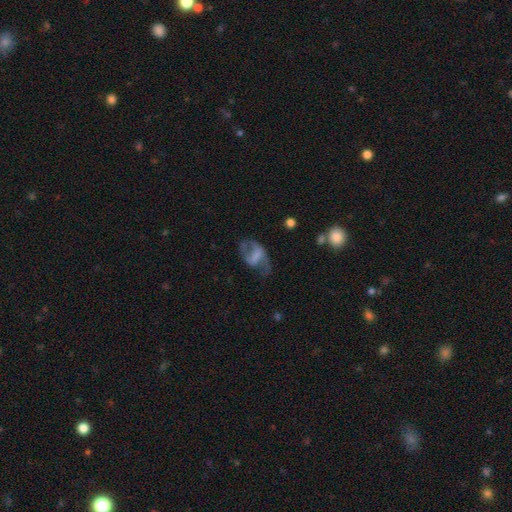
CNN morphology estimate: Q: Smooth or featured?
A: featured or disk (53%); runner-up: smooth (37%)
Q: Edge-on disk?
A: no (96%); runner-up: yes (4%)
Q: Bar?
A: no (38%); runner-up: weak (35%)
Q: Spiral arms?
A: no (50%); tied with: yes (50%)
Q: Bulge size?
A: none (56%); runner-up: small (16%)
Q: Merging?
A: major disturbance (41%); runner-up: none (33%)